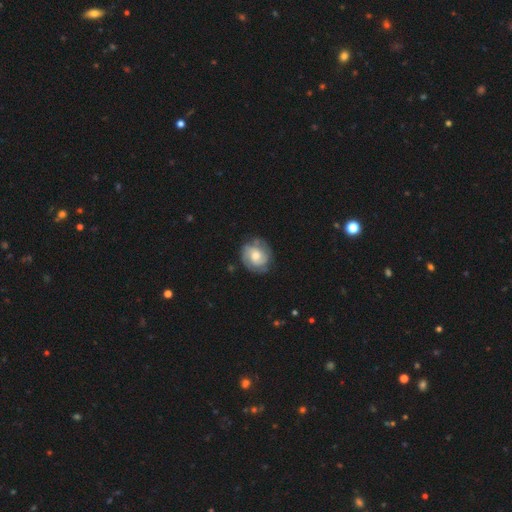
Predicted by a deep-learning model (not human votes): Q: Smooth or featured?
A: featured or disk (74%); runner-up: smooth (20%)
Q: Edge-on disk?
A: no (98%); runner-up: yes (2%)
Q: Bar?
A: no (64%); runner-up: weak (30%)
Q: Spiral arms?
A: yes (93%); runner-up: no (7%)
Q: Spiral winding?
A: tight (58%); runner-up: medium (33%)
Q: Spiral arm count?
A: 2 (54%); runner-up: can't tell (20%)
Q: Bulge size?
A: moderate (62%); runner-up: small (23%)
Q: Merging?
A: none (75%); runner-up: minor disturbance (18%)